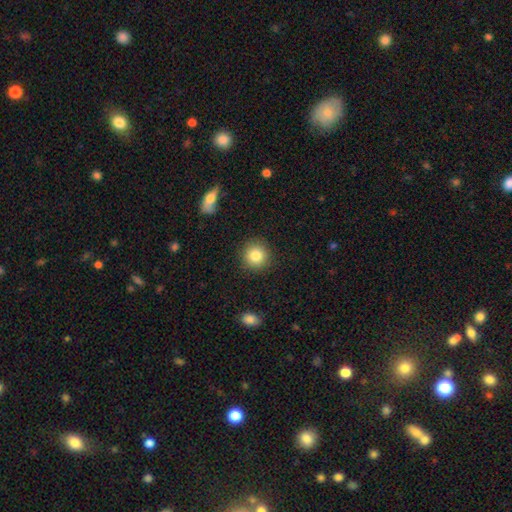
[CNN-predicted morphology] smooth_or_featured: smooth (p=0.83) [alt: star or artifact p=0.10]
how_rounded: round (p=0.93) [alt: in between p=0.06]
merging: none (p=0.90) [alt: minor disturbance p=0.06]